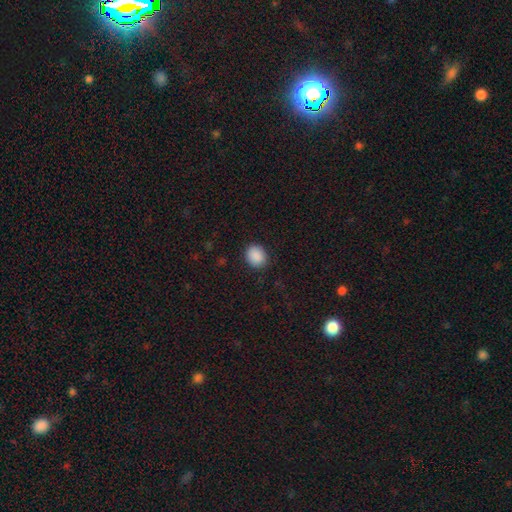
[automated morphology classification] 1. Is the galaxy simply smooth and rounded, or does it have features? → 90% smooth, 8% star or artifact, 2% featured or disk.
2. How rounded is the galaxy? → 59% round, 40% in between, 1% cigar-shaped.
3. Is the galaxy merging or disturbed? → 89% none, 8% minor disturbance, 2% major disturbance, 1% merger.